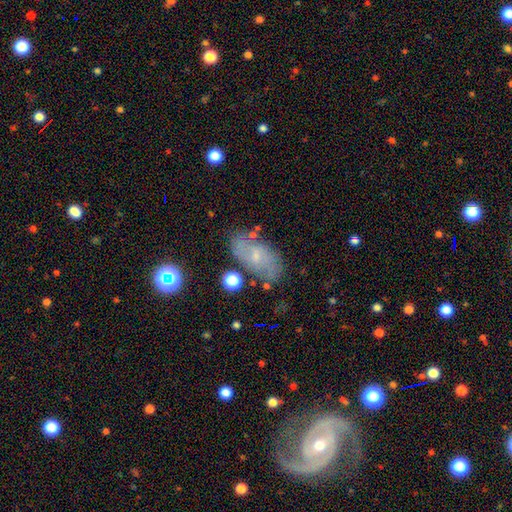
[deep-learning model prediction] The model was most divided on "smooth or featured" (2-way tie): featured or disk: 44%, smooth: 44%, star or artifact: 12%. More confident: merging — none (70%).